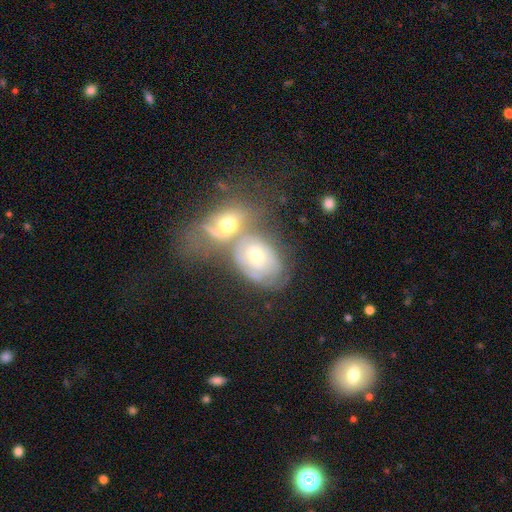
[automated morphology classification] A featured or disk galaxy (57%) with no bar (79%), spiral arms (65%) and a moderate central bulge (61%).

Vote fractions:
- Smooth or featured? featured or disk: 57% / smooth: 34% / star or artifact: 9%
- Edge-on disk? no: 94% / yes: 6%
- Bar? no: 79% / weak: 17% / strong: 4%
- Spiral arms? yes: 65% / no: 35%
- Bulge size? moderate: 61% / small: 29% / large: 6% / none: 2% / dominant: 2%
- Merging? merger: 58% / none: 21% / minor disturbance: 11% / major disturbance: 10%